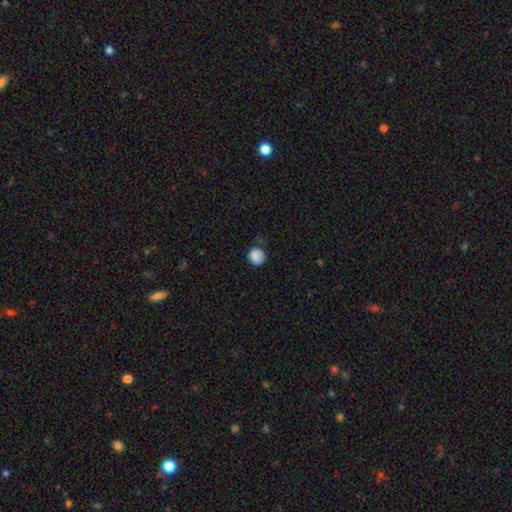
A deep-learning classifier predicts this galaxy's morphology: A smooth galaxy with no disk features (86%) that is round (83%).

Vote fractions:
- Smooth or featured? smooth: 86% / star or artifact: 8% / featured or disk: 5%
- How rounded? round: 83% / in between: 16% / cigar-shaped: 1%
- Merging? none: 67% / minor disturbance: 25% / major disturbance: 6% / merger: 2%